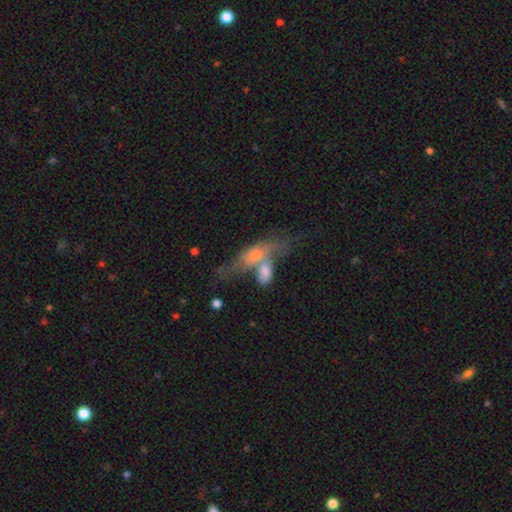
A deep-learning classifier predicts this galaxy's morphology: This appears to be a featured or disk galaxy (48%). Merging: merger (49%).